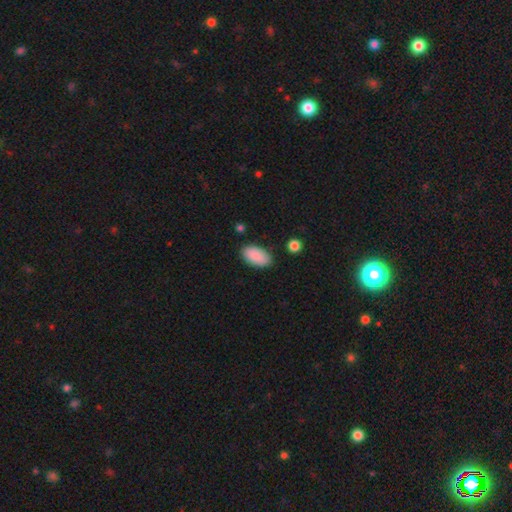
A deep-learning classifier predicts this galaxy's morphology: This is clearly a smooth galaxy (90%). How rounded: clearly in between (95%). Merging: clearly none (84%).